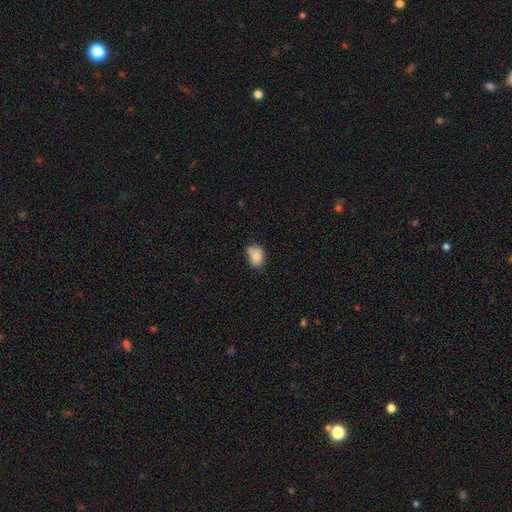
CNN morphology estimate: This is clearly a smooth galaxy (85%). How rounded: likely in between (68%). Merging: possibly none (53%).